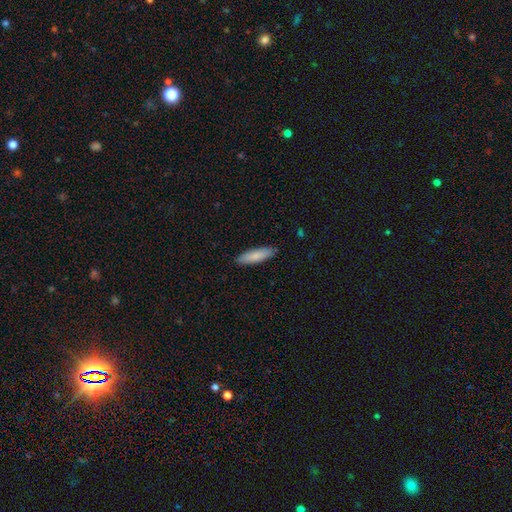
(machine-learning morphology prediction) A smooth galaxy with no disk features (85%) that is cigar-shaped (64%).

Vote fractions:
- Smooth or featured? smooth: 85% / featured or disk: 10% / star or artifact: 5%
- How rounded? cigar-shaped: 64% / in between: 34% / round: 1%
- Merging? none: 89% / minor disturbance: 8% / major disturbance: 2% / merger: 1%